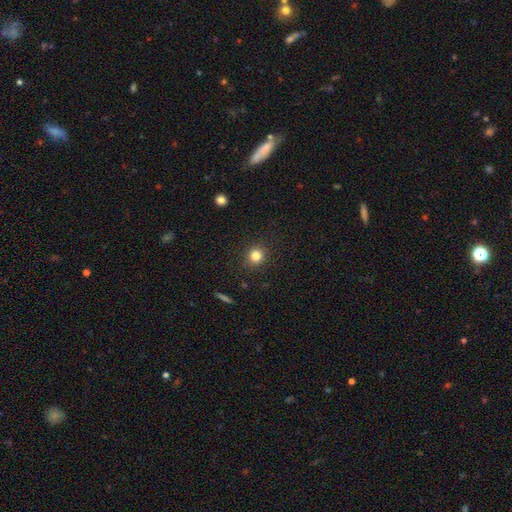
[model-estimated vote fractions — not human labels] Morphology: type=smooth (82%); roundness=round (91%); merging=none (90%).